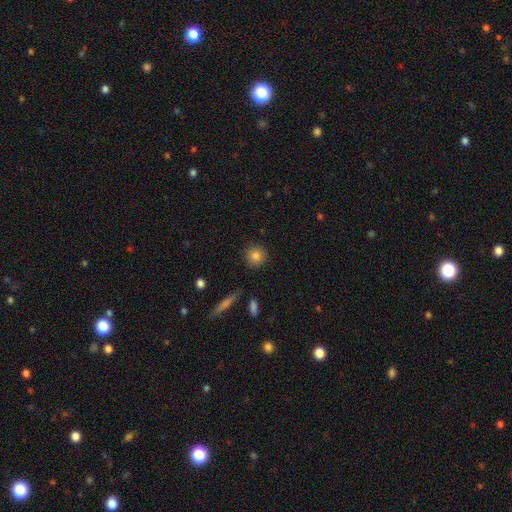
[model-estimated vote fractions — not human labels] A smooth galaxy with no disk features (82%) that is round (92%). Merging: none (89%).